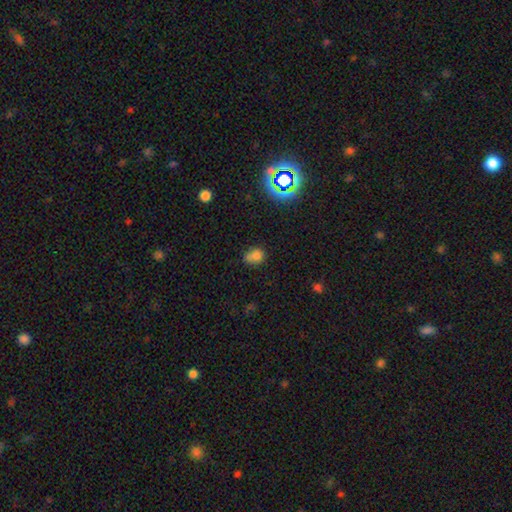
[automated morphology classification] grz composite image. It shows a smooth galaxy with no disk features (75%) that is in between round and cigar-shaped (52%). Merging: none (53%).